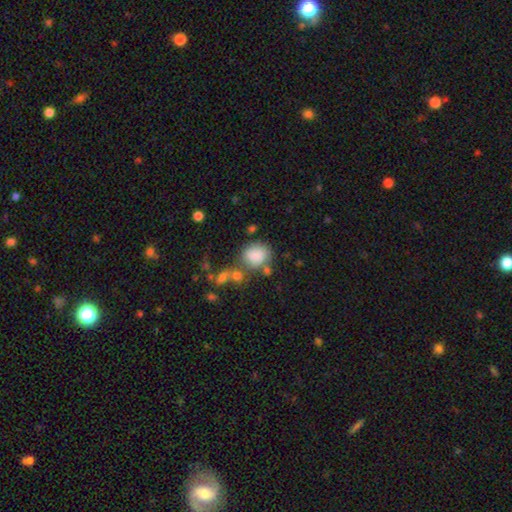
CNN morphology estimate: A smooth galaxy with no disk features (82%) that is round (63%).

Vote fractions:
- Smooth or featured? smooth: 82% / star or artifact: 9% / featured or disk: 9%
- How rounded? round: 63% / in between: 36% / cigar-shaped: 1%
- Merging? none: 56% / minor disturbance: 19% / merger: 17% / major disturbance: 9%